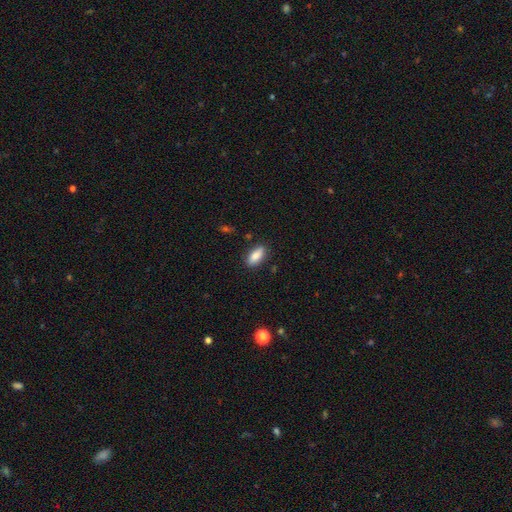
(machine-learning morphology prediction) smooth_or_featured: smooth (p=0.85) [alt: featured or disk p=0.08]
how_rounded: in between (p=0.84) [alt: cigar-shaped p=0.13]
merging: none (p=0.86) [alt: minor disturbance p=0.10]